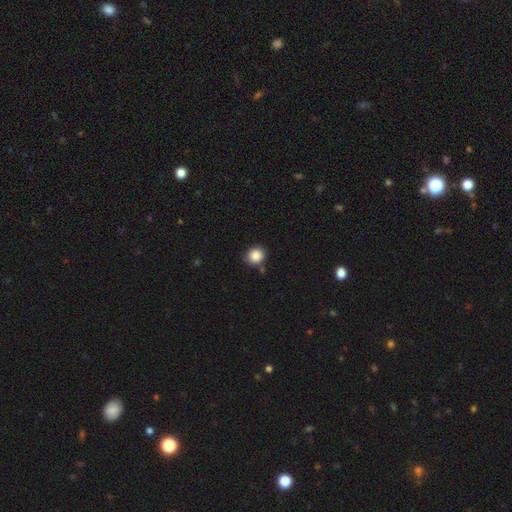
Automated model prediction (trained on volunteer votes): Smooth or featured? smooth (87%)
How rounded? round (89%)
Merging? none (80%)